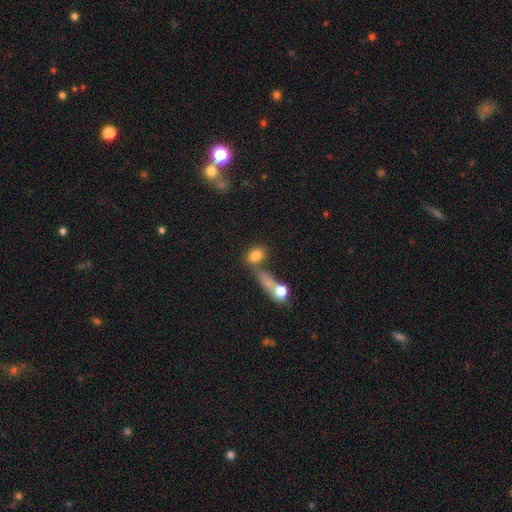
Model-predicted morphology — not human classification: Overall: smooth (80%). How rounded: in between (63%; round 32%). Merging: none (48%; merger 33%).